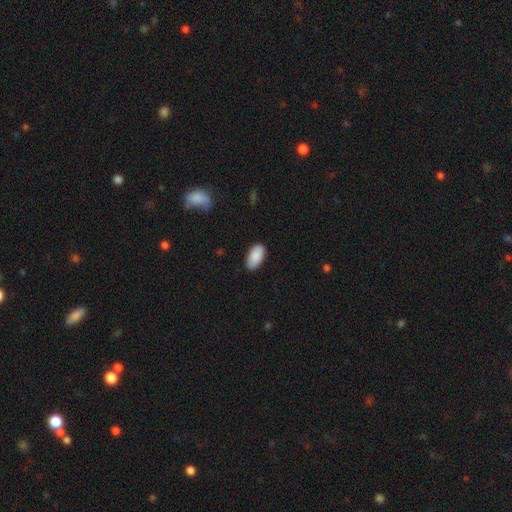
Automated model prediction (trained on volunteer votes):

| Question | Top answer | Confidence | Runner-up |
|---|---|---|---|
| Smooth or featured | smooth | 90% | star or artifact (6%) |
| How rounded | in between | 95% | round (3%) |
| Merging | none | 84% | minor disturbance (13%) |